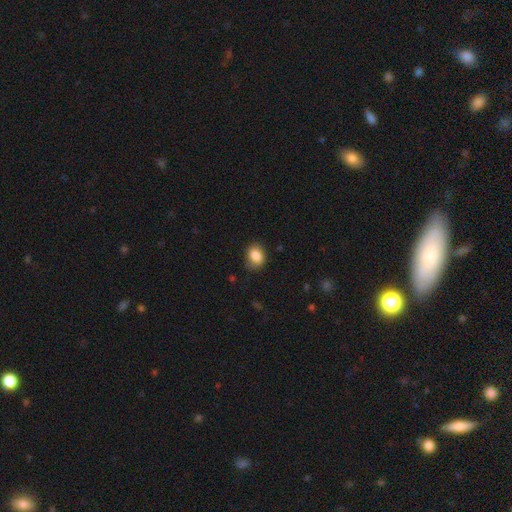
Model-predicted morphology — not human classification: type=smooth (86%); roundness=in between (58%); merging=none (74%).